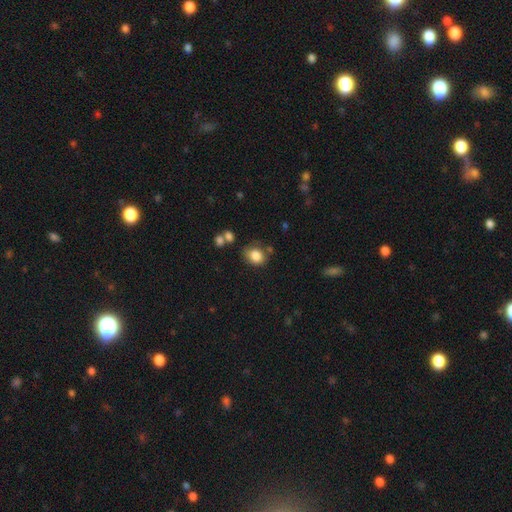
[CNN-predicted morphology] The model was most divided on "how rounded": round: 51%, in between: 48%, cigar-shaped: 1%. More confident: smooth or featured — smooth (84%); merging — none (63%).